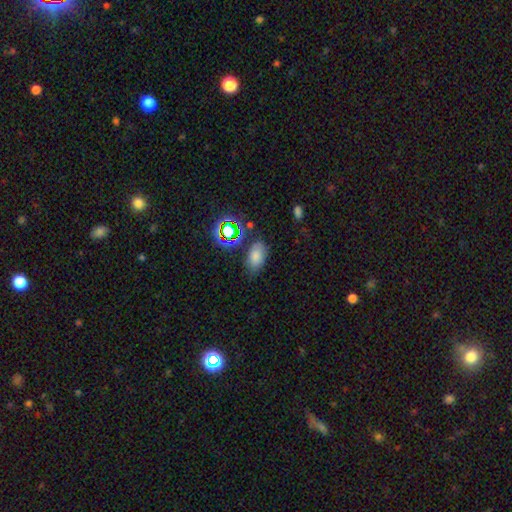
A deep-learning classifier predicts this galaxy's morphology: type=smooth (61%); roundness=in between (84%); merging=none (74%).